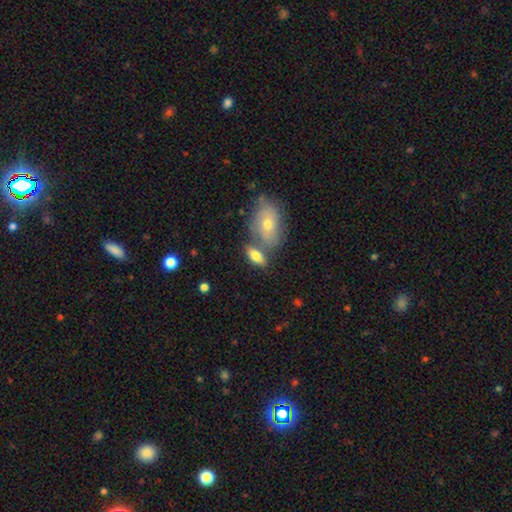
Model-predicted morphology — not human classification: A smooth galaxy with no disk features (73%) that is in between round and cigar-shaped (83%).

Vote fractions:
- Smooth or featured? smooth: 73% / featured or disk: 19% / star or artifact: 8%
- How rounded? in between: 83% / cigar-shaped: 11% / round: 6%
- Merging? none: 52% / merger: 31% / minor disturbance: 13% / major disturbance: 5%